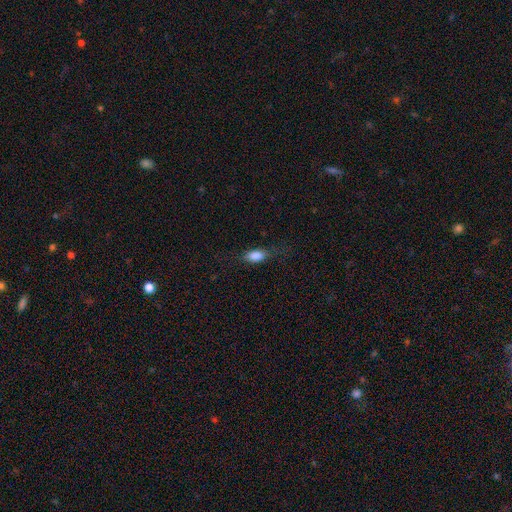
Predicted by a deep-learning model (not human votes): A smooth galaxy with no disk features (82%) that is in between round and cigar-shaped (83%).

Vote fractions:
- Smooth or featured? smooth: 82% / featured or disk: 10% / star or artifact: 8%
- How rounded? in between: 83% / cigar-shaped: 12% / round: 5%
- Merging? none: 65% / minor disturbance: 22% / major disturbance: 11% / merger: 1%